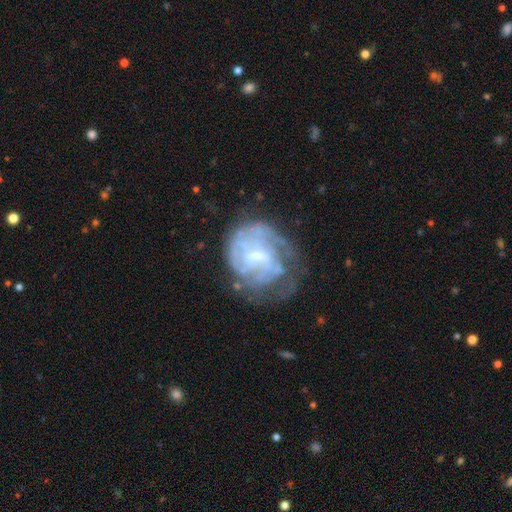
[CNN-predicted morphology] The model was most divided on "bulge size": small: 50%, moderate: 32%, none: 14%, large: 3%, dominant: 1%. Remaining: edge-on disk — no (98%); smooth or featured — featured or disk (74%); spiral arms — yes (70%); spiral arm count — can't tell (55%); spiral winding — tight (54%); bar — weak (54%); merging — none (45%).